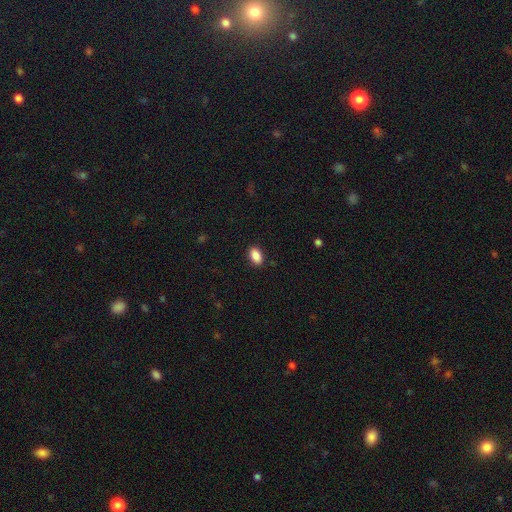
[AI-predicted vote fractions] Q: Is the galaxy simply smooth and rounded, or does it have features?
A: smooth — 89%.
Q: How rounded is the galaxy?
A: in between — 91%.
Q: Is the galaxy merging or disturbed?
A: none — 89%.